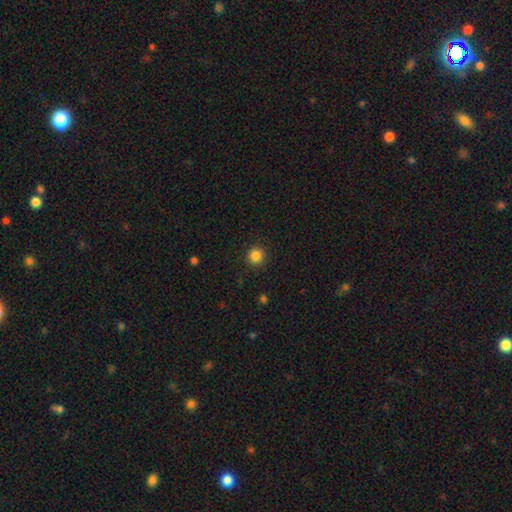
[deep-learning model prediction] A smooth galaxy with no disk features (85%) that is round (95%). Merging: none (92%).